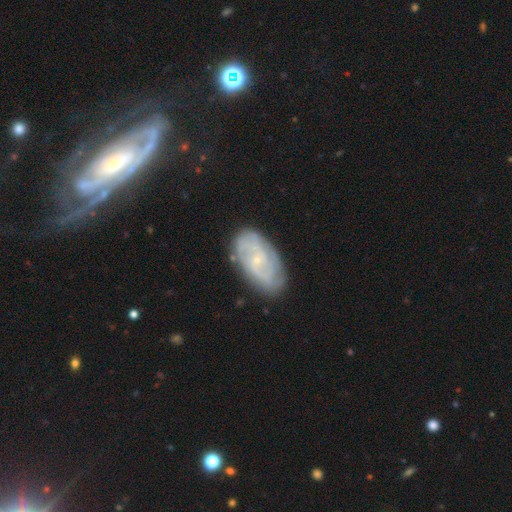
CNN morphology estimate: Q: Smooth or featured?
A: featured or disk (68%); runner-up: smooth (24%)
Q: Edge-on disk?
A: no (93%); runner-up: yes (7%)
Q: Bar?
A: no (61%); runner-up: weak (32%)
Q: Spiral arms?
A: yes (88%); runner-up: no (12%)
Q: Spiral winding?
A: tight (51%); runner-up: medium (34%)
Q: Spiral arm count?
A: can't tell (39%); runner-up: 2 (32%)
Q: Bulge size?
A: small (75%); runner-up: moderate (15%)
Q: Merging?
A: none (76%); runner-up: minor disturbance (17%)